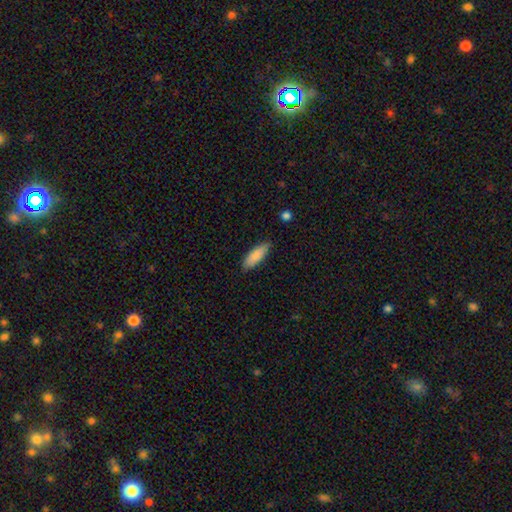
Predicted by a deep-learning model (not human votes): Smooth or featured?
  - smooth: 86% *
  - featured or disk: 8%
  - star or artifact: 6%
How rounded?
  - in between: 60% *
  - cigar-shaped: 39%
  - round: 2%
Merging?
  - none: 82% *
  - minor disturbance: 14%
  - major disturbance: 2%
  - merger: 1%